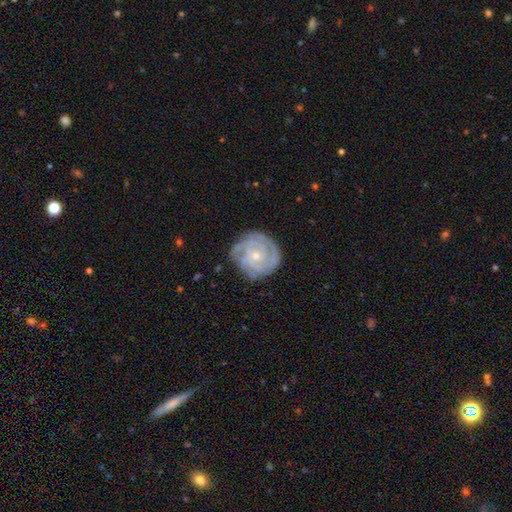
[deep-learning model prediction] This appears to be a featured or disk galaxy (89%) with no bar (74%), 3 (33%) tight (82%) spiral arms (98%) and a small central bulge (73%). Merging: none (78%).